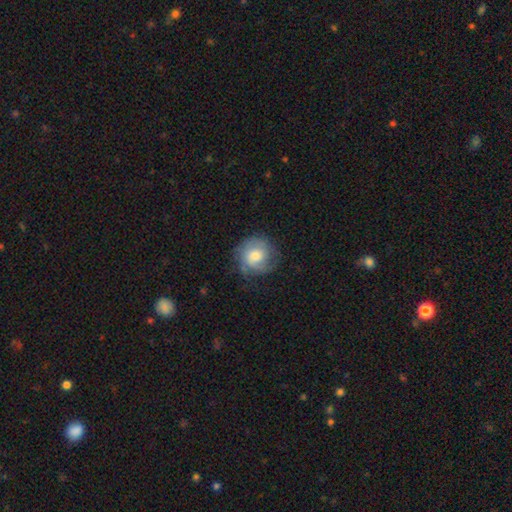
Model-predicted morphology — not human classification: smooth_or_featured: featured or disk (p=0.47) [alt: smooth p=0.45]
merging: none (p=0.67) [alt: minor disturbance p=0.22]